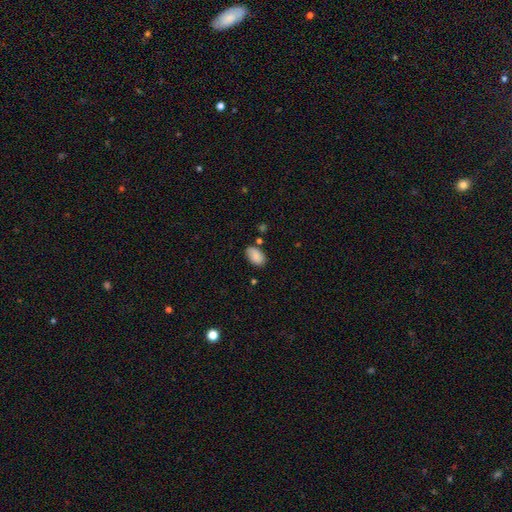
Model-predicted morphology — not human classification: Smooth or featured? smooth (86%)
How rounded? in between (93%)
Merging? none (75%)